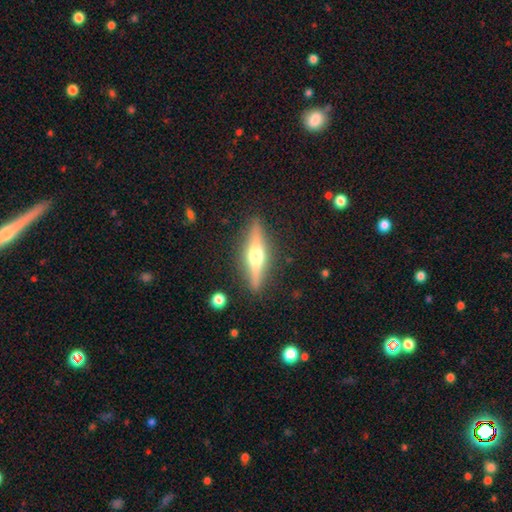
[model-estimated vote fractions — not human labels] smooth_or_featured: featured or disk (p=0.66) [alt: smooth p=0.28]
disk_edge_on: yes (p=0.95) [alt: no p=0.05]
edge_on_bulge: rounded (p=0.94) [alt: boxy p=0.04]
merging: none (p=0.88) [alt: minor disturbance p=0.08]